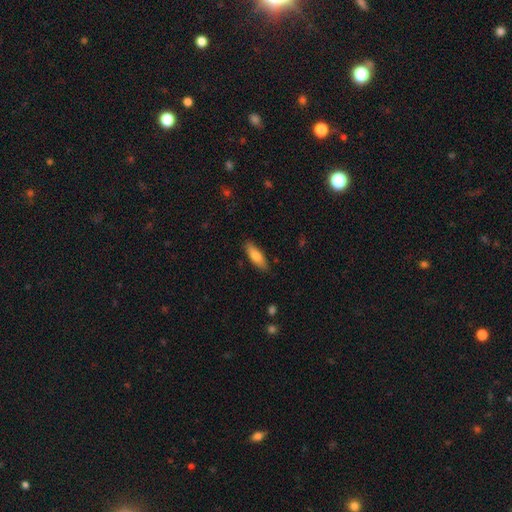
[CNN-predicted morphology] type=smooth (77%); roundness=in between (51%); merging=none (86%).